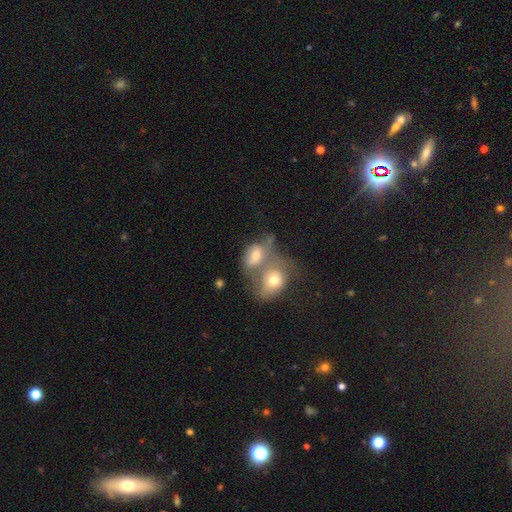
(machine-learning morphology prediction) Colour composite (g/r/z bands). It shows a smooth galaxy with no disk features (65%) that is in between round and cigar-shaped (74%). Merging: merger (66%).